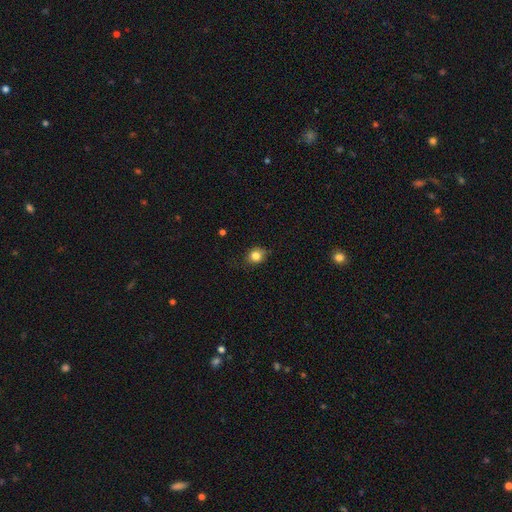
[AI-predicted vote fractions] A smooth galaxy with no disk features (82%) that is round (68%).

Vote fractions:
- Smooth or featured? smooth: 82% / star or artifact: 11% / featured or disk: 7%
- How rounded? round: 68% / in between: 31% / cigar-shaped: 1%
- Merging? none: 76% / minor disturbance: 19% / major disturbance: 4% / merger: 1%